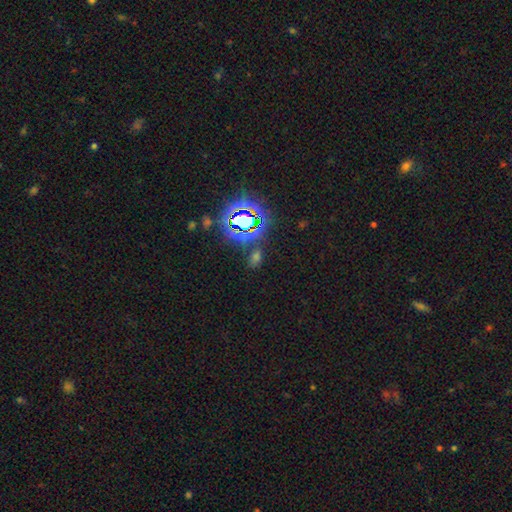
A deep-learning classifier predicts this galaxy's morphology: The model was most divided on "smooth or featured": star or artifact: 61%, smooth: 30%, featured or disk: 9%.